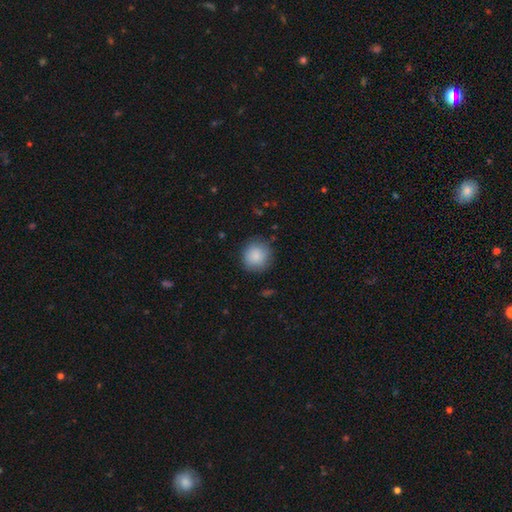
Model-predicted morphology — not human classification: A smooth galaxy with no disk features (88%) that is round (92%).

Vote fractions:
- Smooth or featured? smooth: 88% / star or artifact: 7% / featured or disk: 5%
- How rounded? round: 92% / in between: 7% / cigar-shaped: 1%
- Merging? none: 86% / minor disturbance: 10% / major disturbance: 3% / merger: 1%